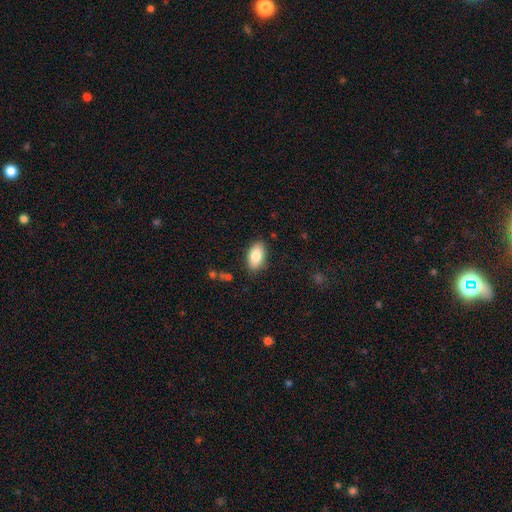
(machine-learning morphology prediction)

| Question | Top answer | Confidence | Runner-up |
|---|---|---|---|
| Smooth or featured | smooth | 83% | featured or disk (10%) |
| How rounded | in between | 93% | round (5%) |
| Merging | none | 86% | minor disturbance (10%) |